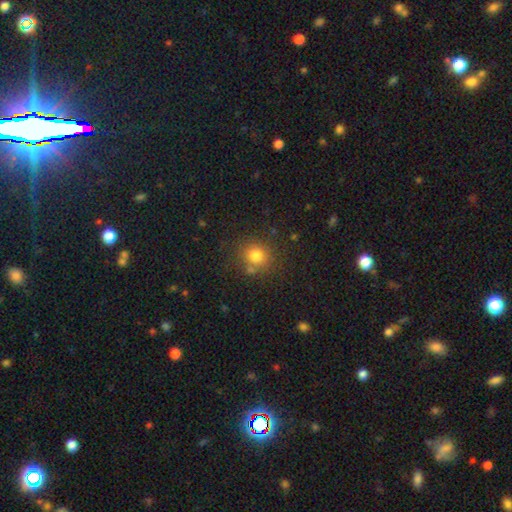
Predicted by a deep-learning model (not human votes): Q: Smooth or featured?
A: smooth (79%); runner-up: star or artifact (14%)
Q: How rounded?
A: round (86%); runner-up: in between (13%)
Q: Merging?
A: none (77%); runner-up: minor disturbance (11%)